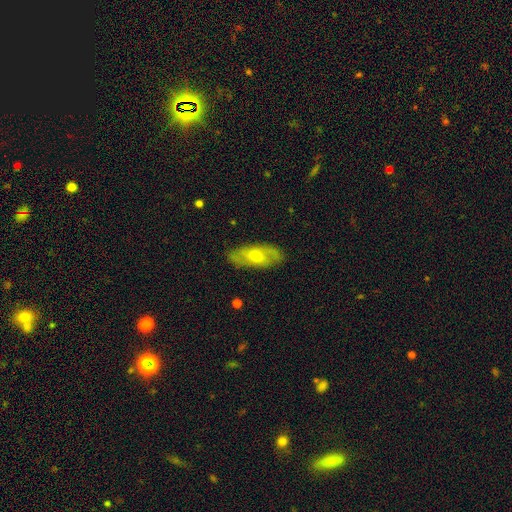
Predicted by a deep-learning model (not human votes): Smooth or featured: featured or disk — 51% (smooth — 43%)
Edge-on disk: no — 83% (yes — 17%)
Merging: none — 81% (minor disturbance — 14%)